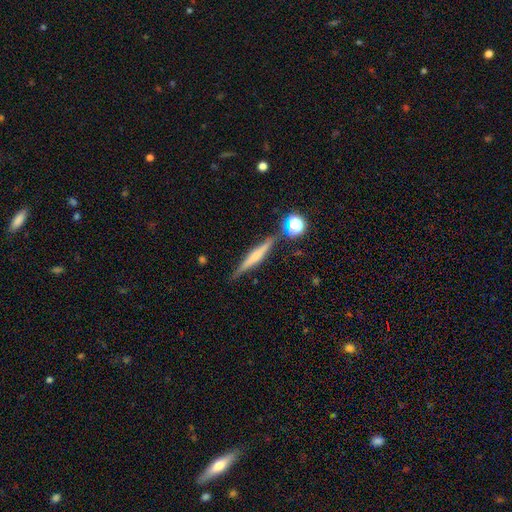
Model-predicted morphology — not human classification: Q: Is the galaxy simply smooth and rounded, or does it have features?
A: featured or disk — 56%.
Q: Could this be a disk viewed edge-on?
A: yes — 96%.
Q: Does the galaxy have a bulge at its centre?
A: rounded — 48%.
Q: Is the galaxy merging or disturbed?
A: none — 83%.